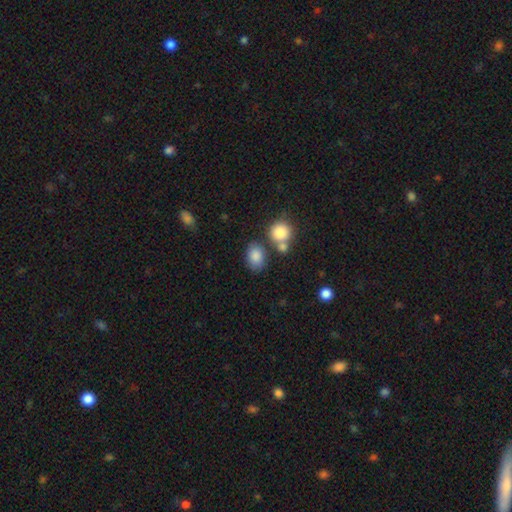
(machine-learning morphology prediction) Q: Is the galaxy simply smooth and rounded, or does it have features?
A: smooth — 85%.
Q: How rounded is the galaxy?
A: in between — 71%.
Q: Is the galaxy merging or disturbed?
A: none — 62%.